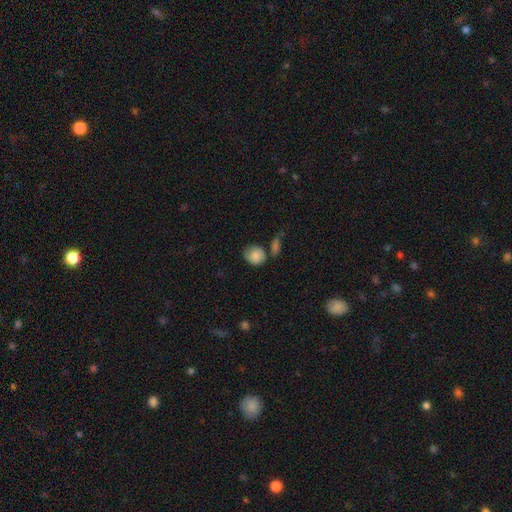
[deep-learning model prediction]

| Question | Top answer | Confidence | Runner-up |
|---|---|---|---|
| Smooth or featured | smooth | 84% | featured or disk (8%) |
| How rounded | round | 67% | in between (32%) |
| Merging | none | 58% | minor disturbance (21%) |